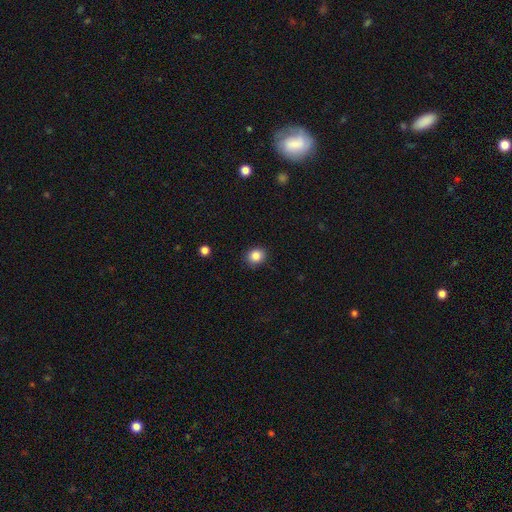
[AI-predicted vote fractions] This appears to be a smooth galaxy with no disk features (86%) that is round (72%). Merging: none (89%).